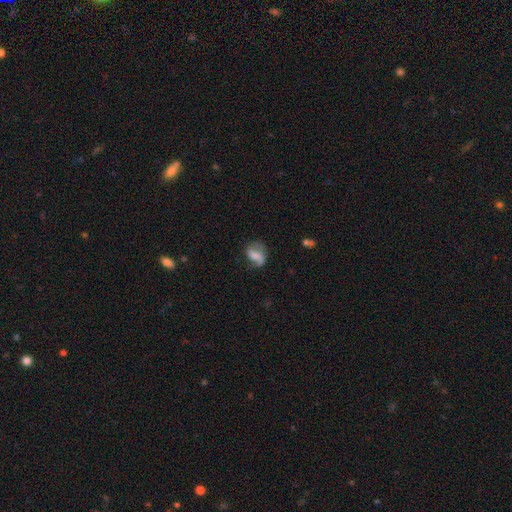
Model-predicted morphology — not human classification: smooth_or_featured: featured or disk (p=0.46) [alt: smooth p=0.44]
merging: none (p=0.47) [alt: minor disturbance p=0.27]